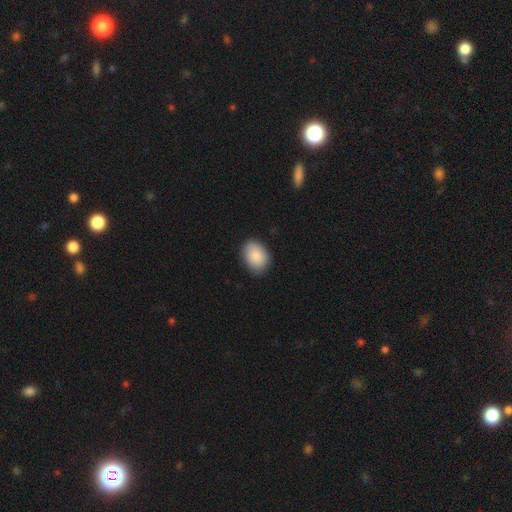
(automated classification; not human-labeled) Smooth or featured? Predicted: smooth (p=0.88). How rounded? Predicted: in between (p=0.75). Merging? Predicted: none (p=0.84).